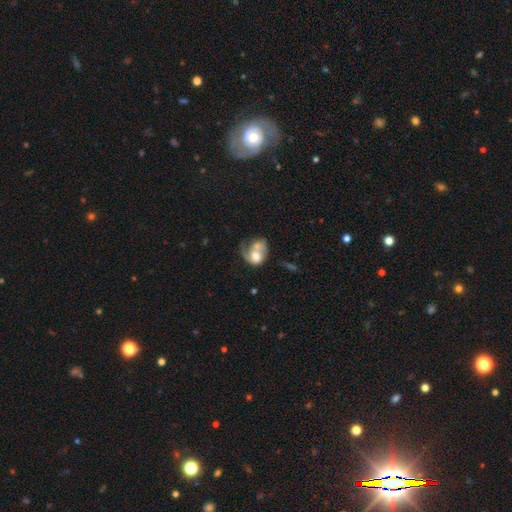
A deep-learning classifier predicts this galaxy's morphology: This appears to be a smooth galaxy with no disk features (47%). Merging: merger (58%).